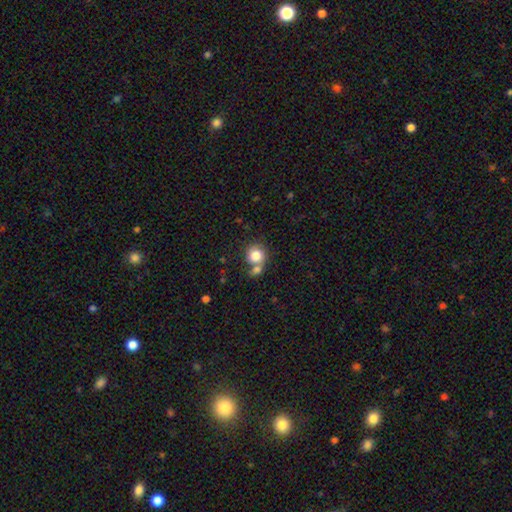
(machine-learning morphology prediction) A smooth galaxy with no disk features (81%) that is round (81%).

Vote fractions:
- Smooth or featured? smooth: 81% / featured or disk: 10% / star or artifact: 9%
- How rounded? round: 81% / in between: 18% / cigar-shaped: 1%
- Merging? none: 46% / merger: 39% / minor disturbance: 10% / major disturbance: 5%